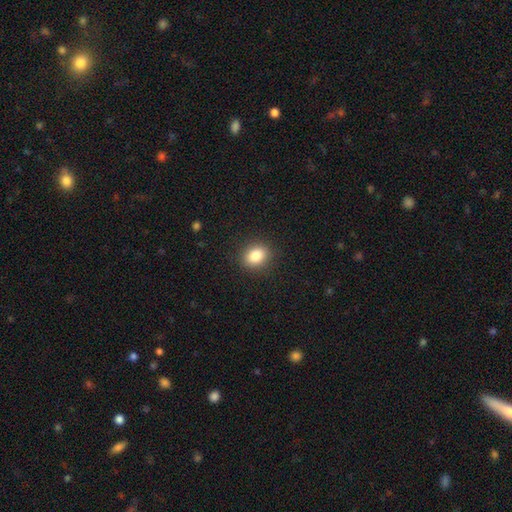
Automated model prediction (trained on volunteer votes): A smooth galaxy with no disk features (84%) that is round (51%). Merging: none (90%).